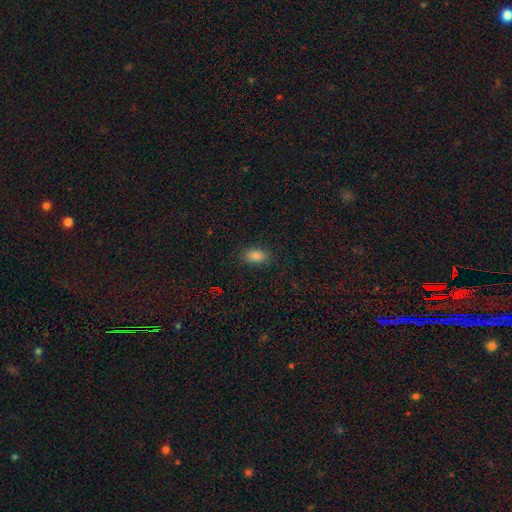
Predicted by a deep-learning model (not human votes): Q: Smooth or featured?
A: smooth (83%); runner-up: star or artifact (12%)
Q: How rounded?
A: in between (90%); runner-up: round (6%)
Q: Merging?
A: none (87%); runner-up: minor disturbance (9%)